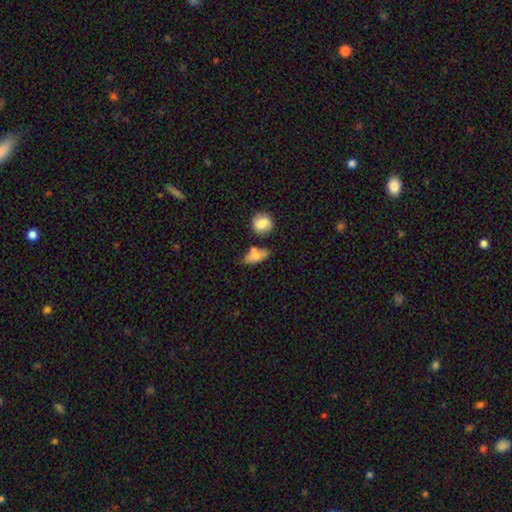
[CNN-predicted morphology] Overall: smooth (70%). How rounded: in between (76%). Merging: none (53%; minor disturbance 22%).